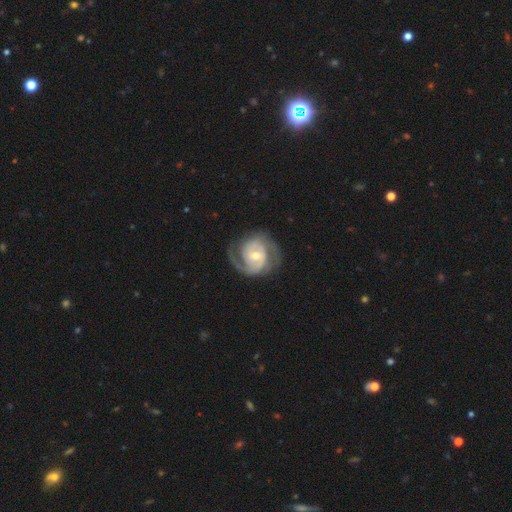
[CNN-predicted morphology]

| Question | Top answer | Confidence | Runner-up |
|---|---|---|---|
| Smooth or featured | featured or disk | 87% | smooth (9%) |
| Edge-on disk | no | 98% | yes (2%) |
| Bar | no | 46% | weak (41%) |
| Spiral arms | yes | 96% | no (4%) |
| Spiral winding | tight | 45% | medium (42%) |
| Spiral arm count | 2 | 75% | can't tell (9%) |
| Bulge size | moderate | 54% | small (40%) |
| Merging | none | 72% | minor disturbance (16%) |